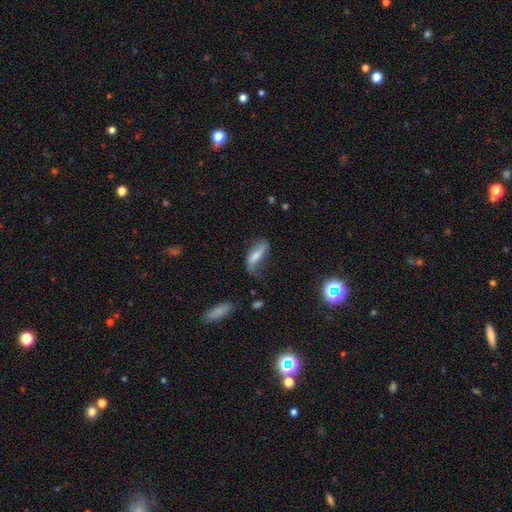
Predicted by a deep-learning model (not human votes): Overall: smooth (58%; featured or disk 33%). How rounded: in between (62%; cigar-shaped 35%). Merging: none (39%; minor disturbance 35%).